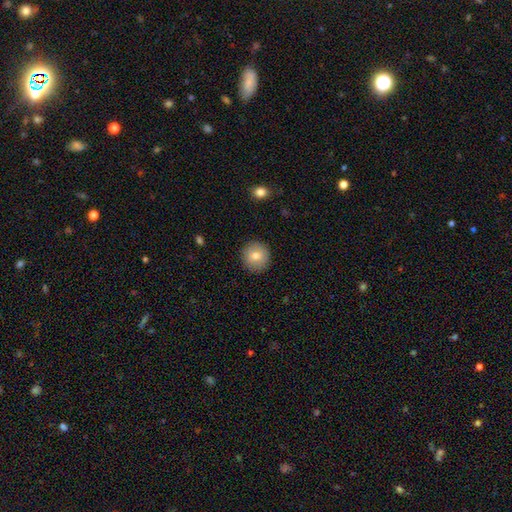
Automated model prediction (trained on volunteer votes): A smooth galaxy with no disk features (78%) that is round (94%).

Vote fractions:
- Smooth or featured? smooth: 78% / featured or disk: 14% / star or artifact: 8%
- How rounded? round: 94% / in between: 6% / cigar-shaped: 1%
- Merging? none: 90% / minor disturbance: 7% / major disturbance: 2% / merger: 1%